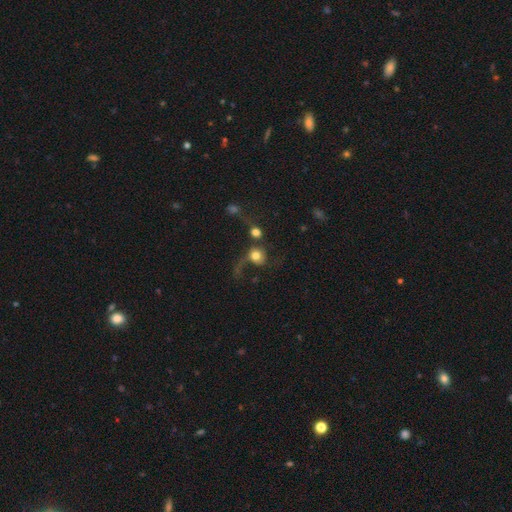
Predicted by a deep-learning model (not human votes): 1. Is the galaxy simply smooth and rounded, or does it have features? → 64% smooth, 25% featured or disk, 11% star or artifact.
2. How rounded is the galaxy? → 83% round, 15% in between, 1% cigar-shaped.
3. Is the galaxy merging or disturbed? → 33% major disturbance, 30% merger, 25% none, 11% minor disturbance.